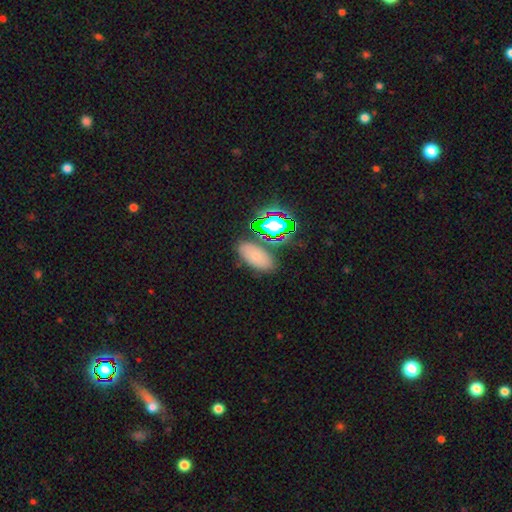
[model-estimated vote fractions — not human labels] smooth_or_featured: smooth (p=0.64) [alt: star or artifact p=0.23]
how_rounded: in between (p=0.89) [alt: round p=0.07]
merging: none (p=0.78) [alt: minor disturbance p=0.12]